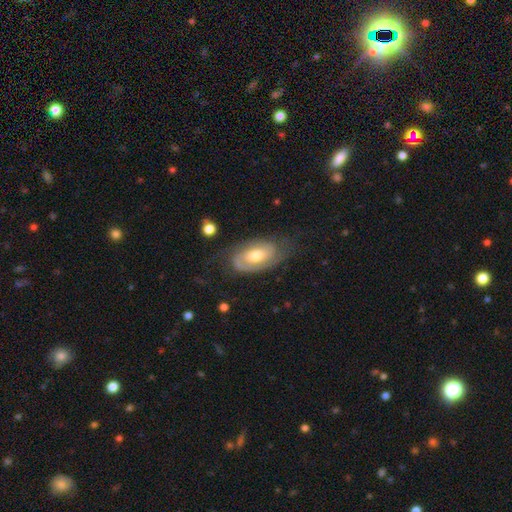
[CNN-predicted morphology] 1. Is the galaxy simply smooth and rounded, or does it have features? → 75% featured or disk, 20% smooth, 5% star or artifact.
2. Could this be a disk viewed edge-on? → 95% no, 5% yes.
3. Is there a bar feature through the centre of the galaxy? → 62% no, 31% weak, 8% strong.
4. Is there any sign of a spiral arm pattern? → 89% yes, 11% no.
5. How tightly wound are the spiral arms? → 56% tight, 32% medium, 12% loose.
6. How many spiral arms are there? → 61% 2, 18% can't tell, 15% 1, 3% 3, 1% 4, 1% more than 4.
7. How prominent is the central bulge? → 67% moderate, 21% small, 9% large, 1% none, 1% dominant.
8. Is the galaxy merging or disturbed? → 66% none, 20% minor disturbance, 12% major disturbance, 2% merger.